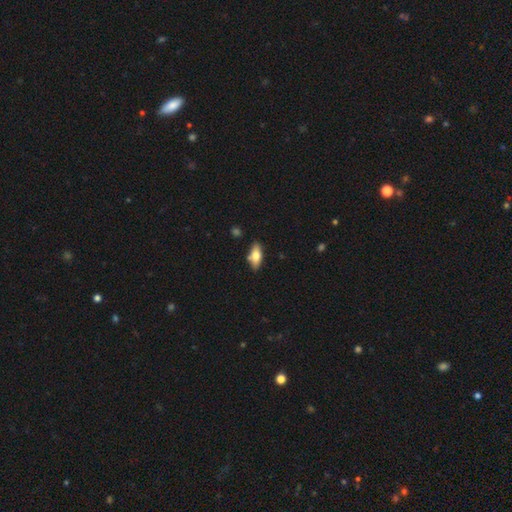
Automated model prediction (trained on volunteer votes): Smooth or featured: smooth — 69% (featured or disk — 24%)
How rounded: in between — 79% (cigar-shaped — 18%)
Merging: none — 79% (minor disturbance — 14%)